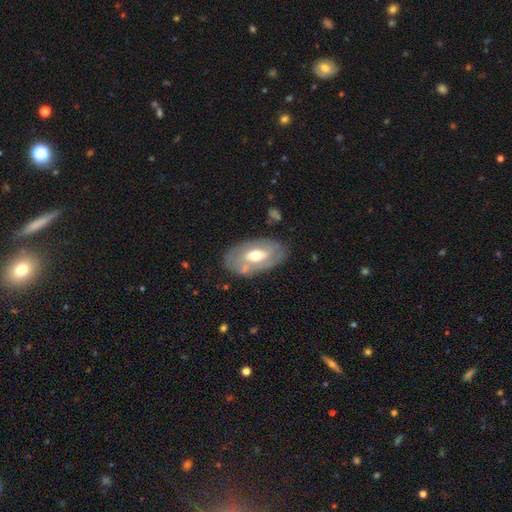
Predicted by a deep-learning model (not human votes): Smooth or featured? Predicted: featured or disk (p=0.60). Edge-on disk? Predicted: no (p=0.90). Bar? Predicted: no (p=0.54). Spiral arms? Predicted: no (p=0.58). Bulge size? Predicted: moderate (p=0.70). Merging? Predicted: none (p=0.74).